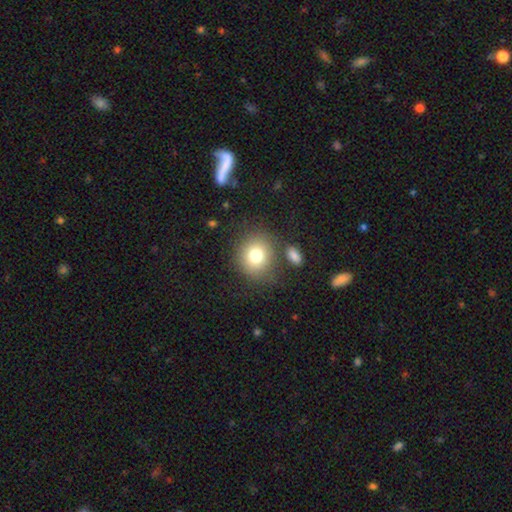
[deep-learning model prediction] Smooth or featured? smooth (77%)
How rounded? round (79%)
Merging? none (76%)